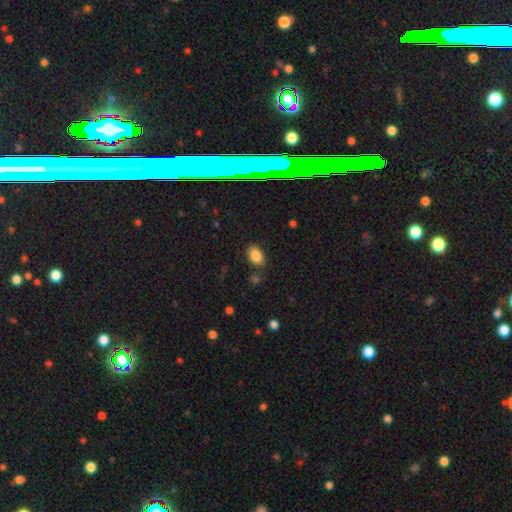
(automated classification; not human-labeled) Smooth or featured? Predicted: smooth (p=0.85). How rounded? Predicted: in between (p=0.88). Merging? Predicted: none (p=0.81).